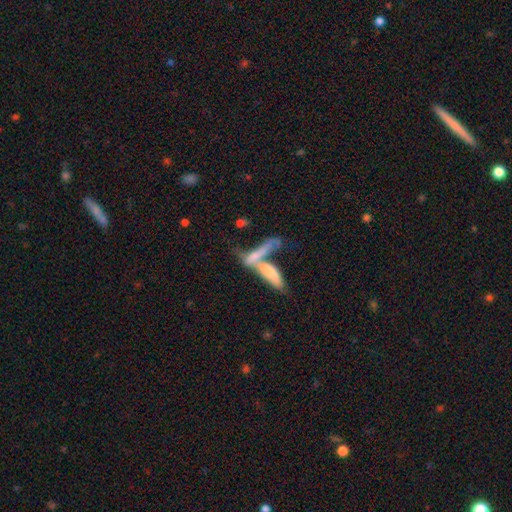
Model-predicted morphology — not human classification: Smooth or featured? smooth (52%)
How rounded? cigar-shaped (65%)
Merging? merger (67%)